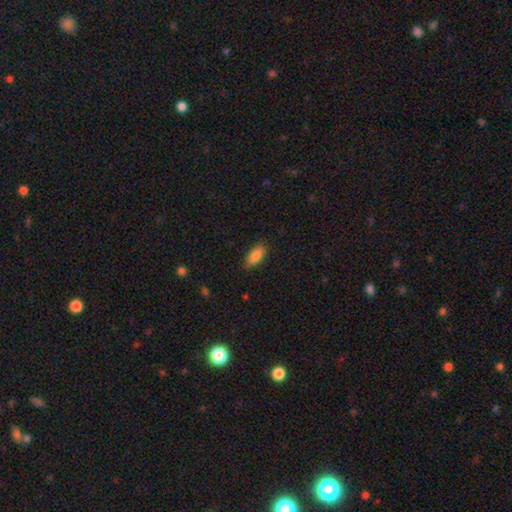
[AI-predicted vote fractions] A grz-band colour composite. It shows a smooth galaxy with no disk features (87%) that is in between round and cigar-shaped (88%). Merging: none (85%).